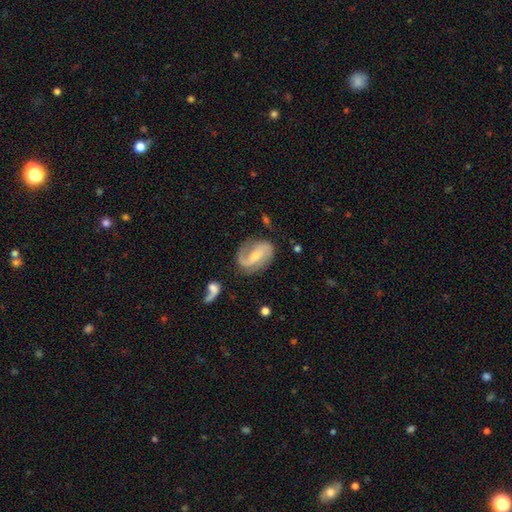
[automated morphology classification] Smooth or featured? featured or disk (81%)
Edge-on disk? no (97%)
Bar? weak (43%)
Spiral arms? yes (94%)
Spiral winding? loose (44%)
Spiral arm count? 2 (79%)
Bulge size? small (51%)
Merging? none (67%)